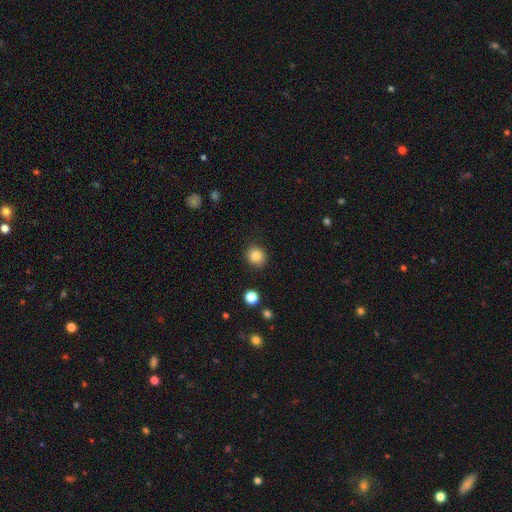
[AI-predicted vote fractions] Smooth or featured? smooth (84%)
How rounded? round (87%)
Merging? none (89%)